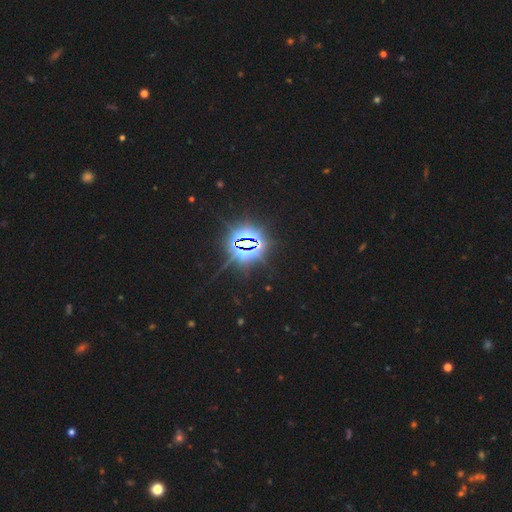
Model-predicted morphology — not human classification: Overall: star or artifact (85%).